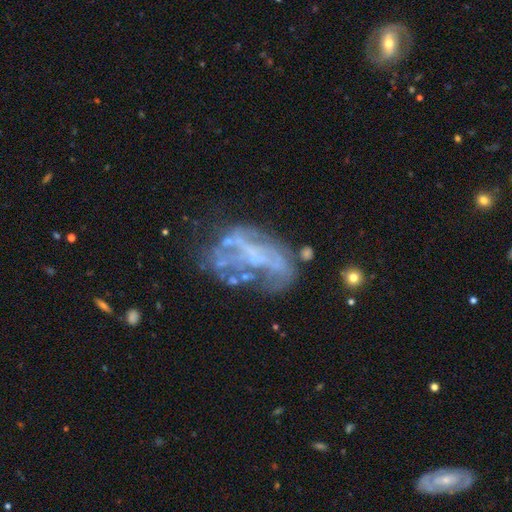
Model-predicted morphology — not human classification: Smooth or featured? featured or disk (67%)
Edge-on disk? no (96%)
Bar? no (75%)
Spiral arms? no (77%)
Bulge size? none (67%)
Merging? none (39%)